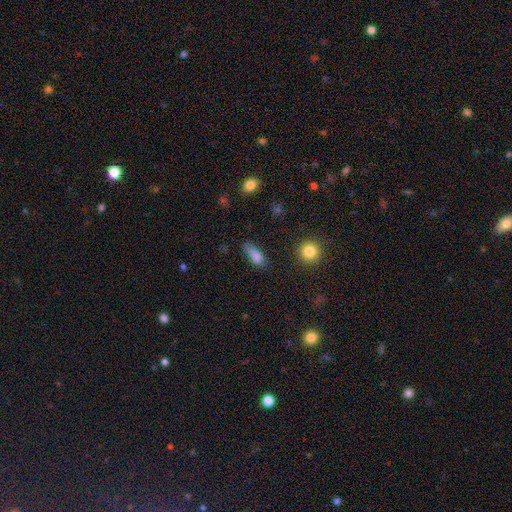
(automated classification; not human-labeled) Smooth or featured? Predicted: smooth (p=0.80). How rounded? Predicted: in between (p=0.73). Merging? Predicted: none (p=0.55).